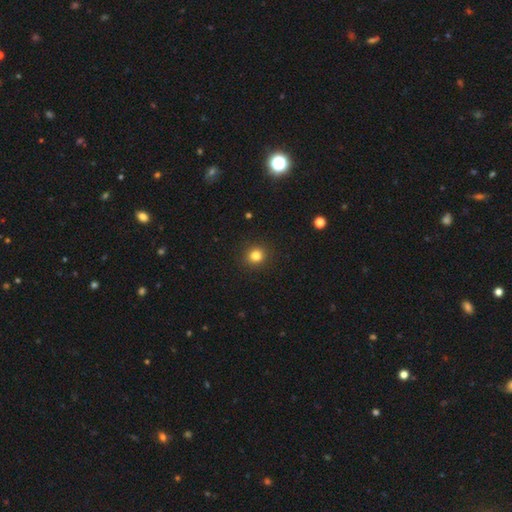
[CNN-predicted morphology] Smooth or featured?
  - smooth: 82% *
  - star or artifact: 12%
  - featured or disk: 5%
How rounded?
  - round: 88% *
  - in between: 11%
  - cigar-shaped: 1%
Merging?
  - none: 91% *
  - minor disturbance: 6%
  - major disturbance: 2%
  - merger: 1%